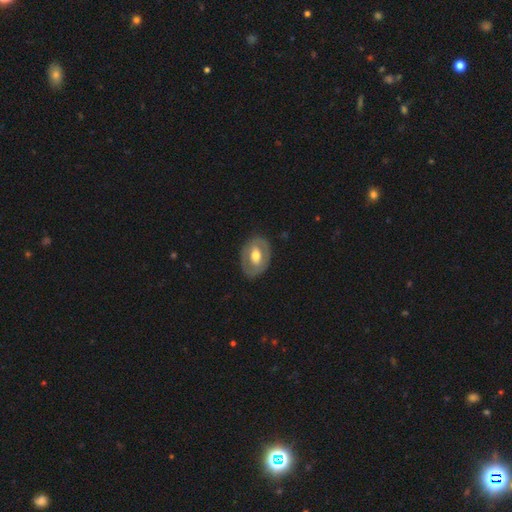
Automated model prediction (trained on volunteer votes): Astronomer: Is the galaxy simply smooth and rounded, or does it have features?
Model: featured or disk — 56% (runner-up: smooth, 39%).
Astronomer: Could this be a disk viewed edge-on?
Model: no — 92%.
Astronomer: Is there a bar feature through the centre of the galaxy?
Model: no — 44% (runner-up: weak, 34%).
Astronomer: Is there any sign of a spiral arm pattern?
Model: no — 75%.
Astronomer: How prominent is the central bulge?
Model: moderate — 70%.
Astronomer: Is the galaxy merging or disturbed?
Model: none — 81%.